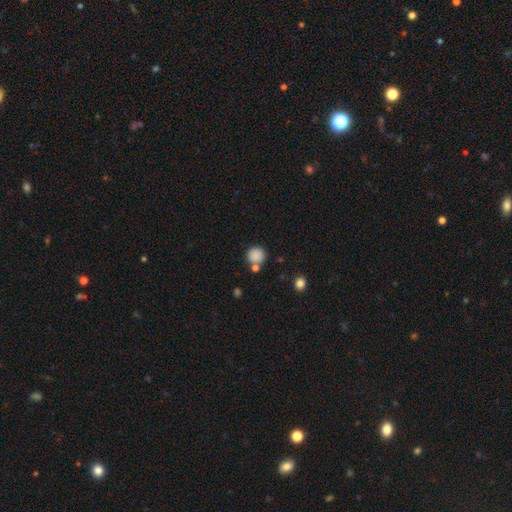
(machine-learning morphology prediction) smooth_or_featured: smooth (p=0.86) [alt: star or artifact p=0.10]
how_rounded: round (p=0.90) [alt: in between p=0.09]
merging: none (p=0.71) [alt: merger p=0.14]